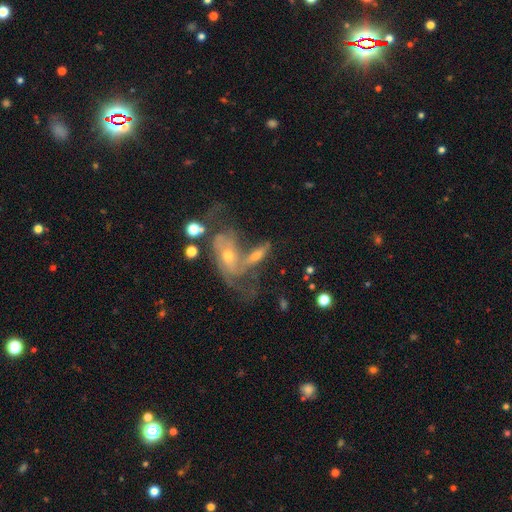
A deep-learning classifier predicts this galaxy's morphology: Overall: featured or disk (60%; smooth 30%). Edge-on disk: no (79%). Merging: merger (50%; none 23%).